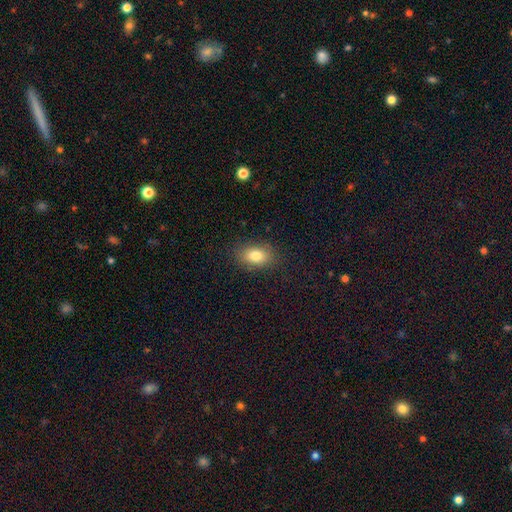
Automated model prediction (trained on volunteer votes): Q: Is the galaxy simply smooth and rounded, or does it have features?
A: smooth — 80%.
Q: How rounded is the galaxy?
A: in between — 83%.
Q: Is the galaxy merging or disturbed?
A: none — 85%.